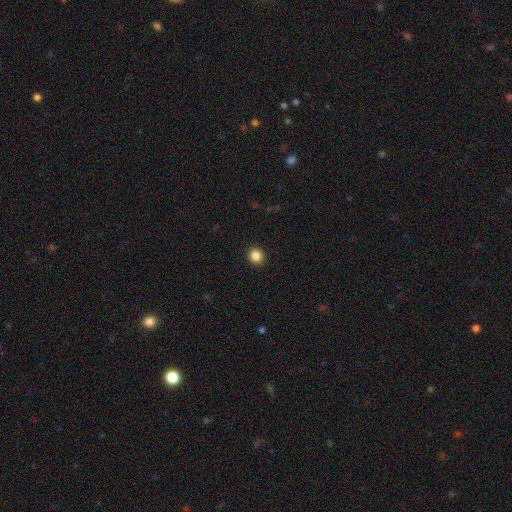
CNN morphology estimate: A smooth galaxy with no disk features (87%) that is round (87%). Merging: none (92%).